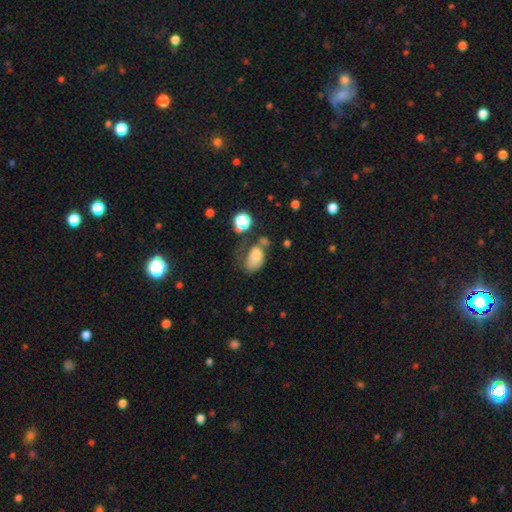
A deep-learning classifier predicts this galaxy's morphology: Smooth or featured? smooth (74%)
How rounded? in between (86%)
Merging? major disturbance (34%)